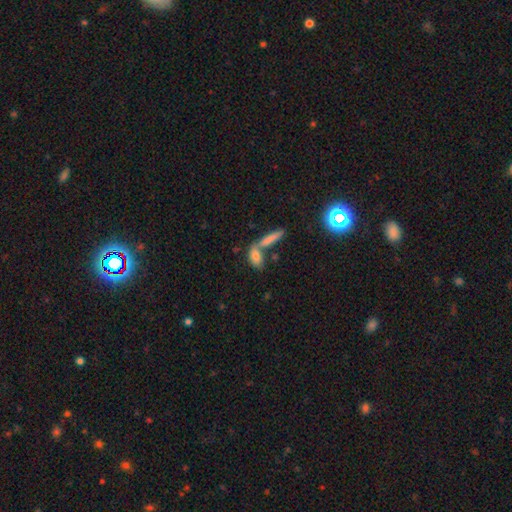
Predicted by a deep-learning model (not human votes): The model was most divided on "merging": none: 46%, merger: 39%, minor disturbance: 11%, major disturbance: 5%. More confident: smooth or featured — smooth (77%); how rounded — in between (69%).